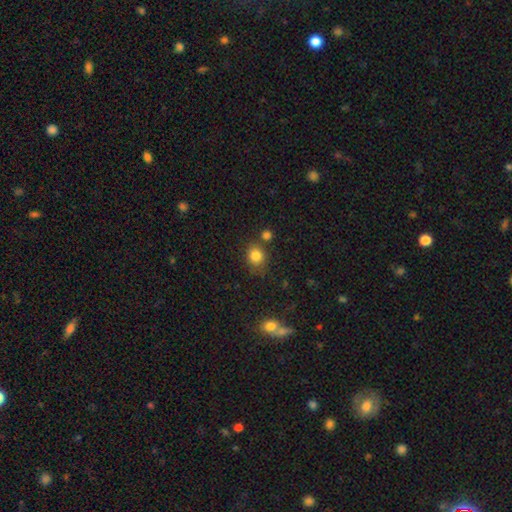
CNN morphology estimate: Smooth or featured?
  - smooth: 83% *
  - star or artifact: 11%
  - featured or disk: 6%
How rounded?
  - round: 75% *
  - in between: 24%
  - cigar-shaped: 1%
Merging?
  - none: 73% *
  - minor disturbance: 13%
  - merger: 10%
  - major disturbance: 4%